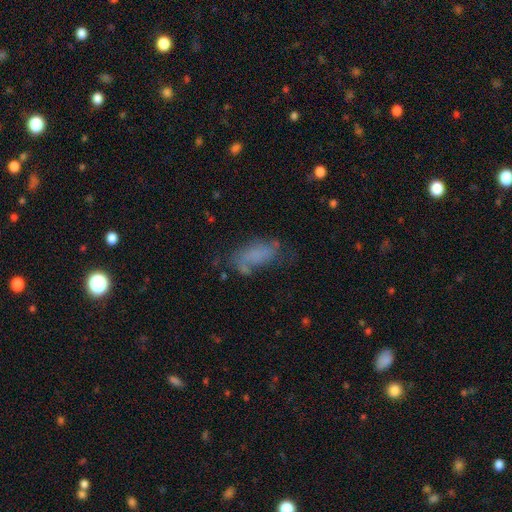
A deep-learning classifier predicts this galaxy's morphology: Smooth or featured? smooth (56%)
How rounded? in between (83%)
Merging? none (44%)